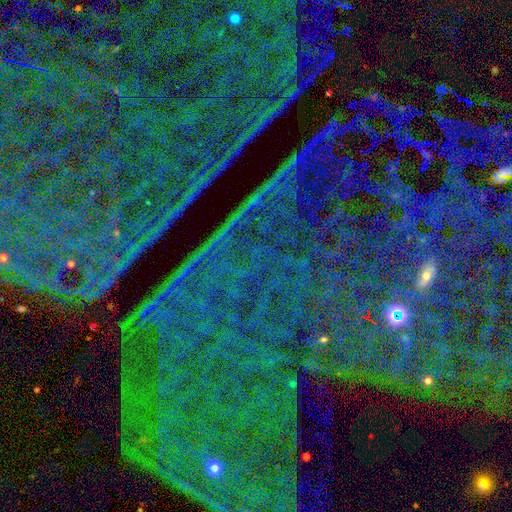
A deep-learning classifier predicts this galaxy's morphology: A star or artifact, not a galaxy (86%).

Vote fractions:
- Smooth or featured? star or artifact: 86% / featured or disk: 7% / smooth: 6%